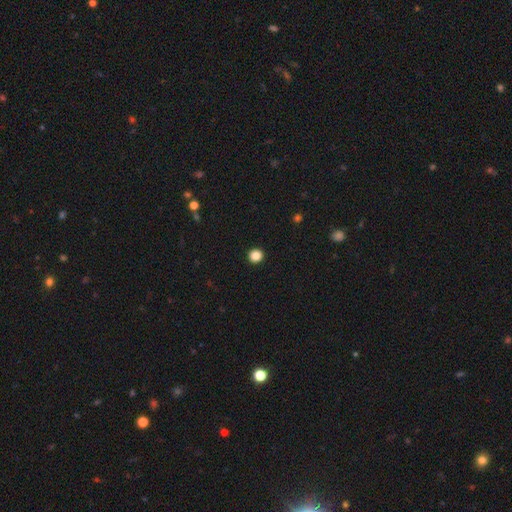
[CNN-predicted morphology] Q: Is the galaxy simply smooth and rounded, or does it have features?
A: smooth — 86%.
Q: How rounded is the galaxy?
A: round — 94%.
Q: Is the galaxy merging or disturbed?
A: none — 94%.